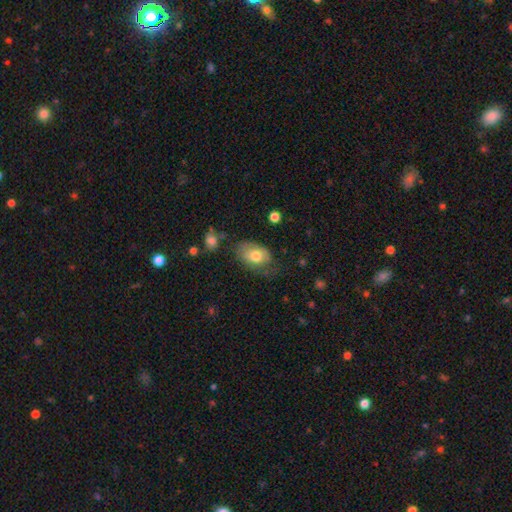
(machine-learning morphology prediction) smooth 67%, featured or disk 27%, star or artifact 7%. Down the decision tree: how rounded — in between (85%); merging — none (53%).